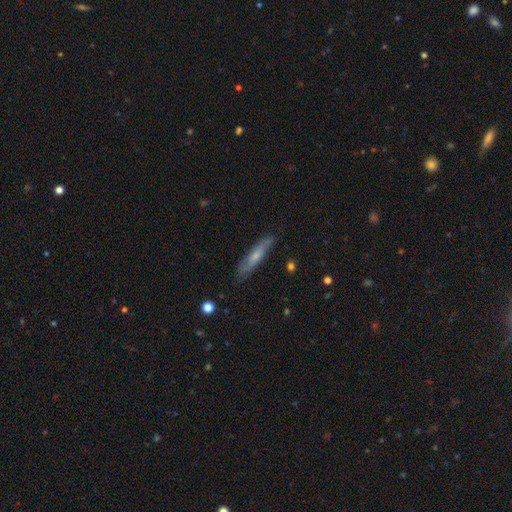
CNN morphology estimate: Smooth or featured?
  - smooth: 55% *
  - featured or disk: 38%
  - star or artifact: 6%
How rounded?
  - cigar-shaped: 88% *
  - in between: 11%
  - round: 2%
Merging?
  - none: 80% *
  - minor disturbance: 15%
  - major disturbance: 3%
  - merger: 2%